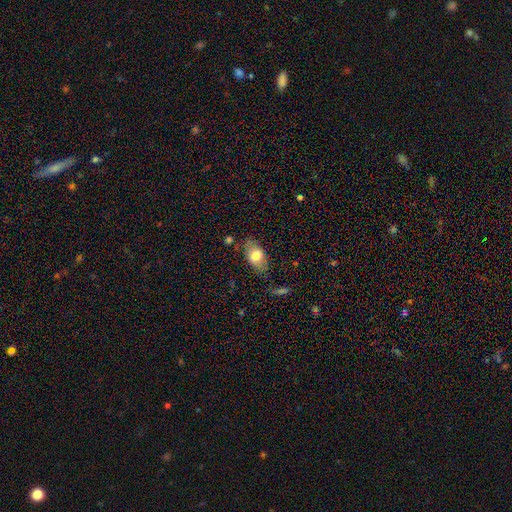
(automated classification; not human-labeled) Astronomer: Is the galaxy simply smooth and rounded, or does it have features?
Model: smooth — 73%.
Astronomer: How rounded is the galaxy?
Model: in between — 89%.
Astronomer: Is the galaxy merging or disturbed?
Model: none — 72%.